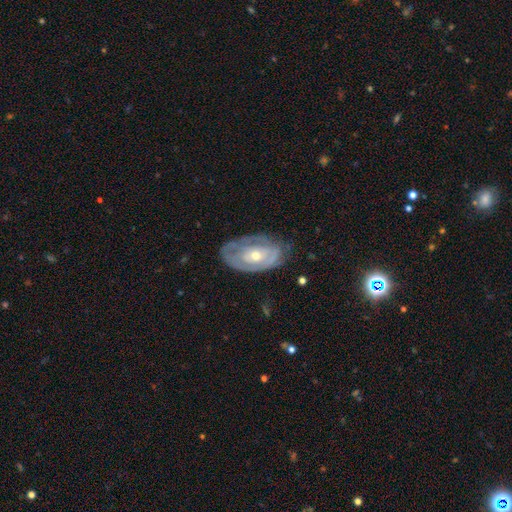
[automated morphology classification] A featured or disk galaxy (71%) with no bar (76%), spiral arms (60%) and a moderate central bulge (51%). Merging: none (62%).